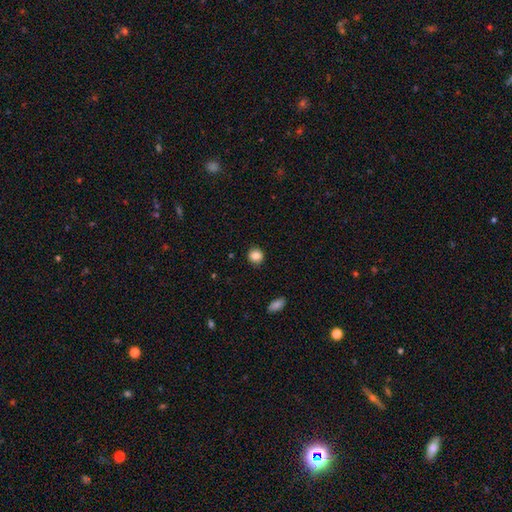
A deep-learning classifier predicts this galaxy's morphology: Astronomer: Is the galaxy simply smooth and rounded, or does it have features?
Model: smooth — 85%.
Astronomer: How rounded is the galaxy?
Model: round — 86%.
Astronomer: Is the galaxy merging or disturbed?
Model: none — 90%.